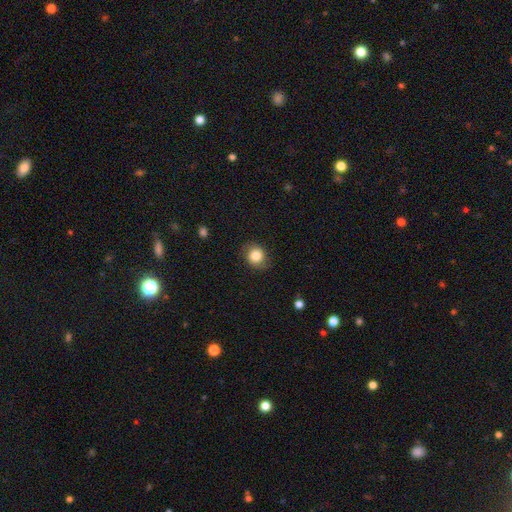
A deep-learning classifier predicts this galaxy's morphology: smooth 80%, featured or disk 11%, star or artifact 9%. Down the decision tree: how rounded — round (70%); merging — none (77%).